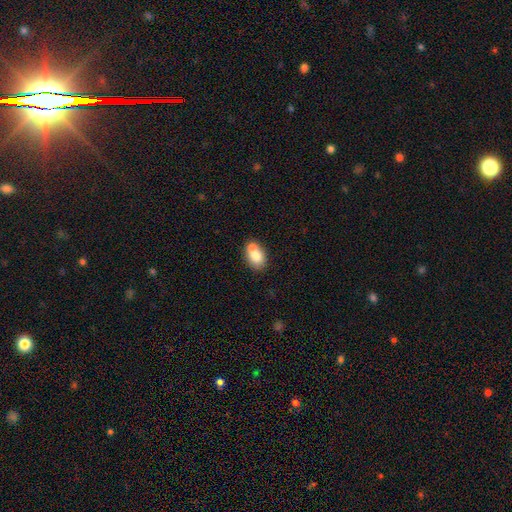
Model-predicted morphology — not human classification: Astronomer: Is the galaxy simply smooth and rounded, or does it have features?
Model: smooth — 74%.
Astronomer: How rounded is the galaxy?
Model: in between — 72%.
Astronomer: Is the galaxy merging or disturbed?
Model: merger — 46% (runner-up: none, 39%).